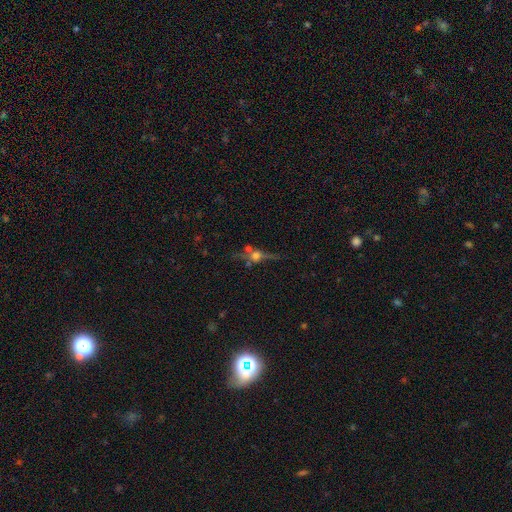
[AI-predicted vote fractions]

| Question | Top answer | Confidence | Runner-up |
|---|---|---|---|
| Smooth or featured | featured or disk | 64% | smooth (18%) |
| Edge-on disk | yes | 85% | no (15%) |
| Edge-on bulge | rounded | 93% | boxy (4%) |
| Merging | none | 67% | merger (13%) |